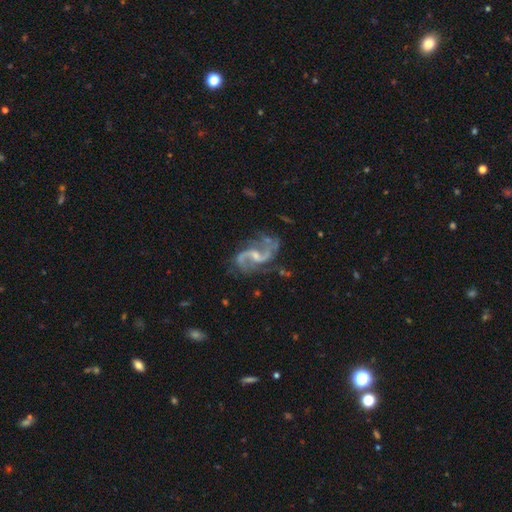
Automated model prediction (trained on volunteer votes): smooth_or_featured: featured or disk (p=0.91) [alt: star or artifact p=0.06]
disk_edge_on: no (p=0.98) [alt: yes p=0.02]
bar: weak (p=0.54) [alt: no p=0.28]
has_spiral_arms: yes (p=0.97) [alt: no p=0.03]
spiral_winding: loose (p=0.59) [alt: medium p=0.34]
spiral_arm_count: 2 (p=0.90) [alt: can't tell p=0.03]
bulge_size: small (p=0.53) [alt: moderate p=0.34]
merging: none (p=0.70) [alt: minor disturbance p=0.17]